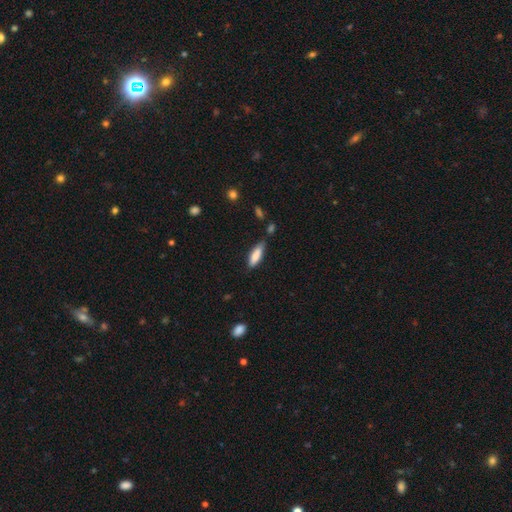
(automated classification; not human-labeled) This appears to be a smooth galaxy with no disk features (83%) that is in between round and cigar-shaped (51%). Merging: none (67%).